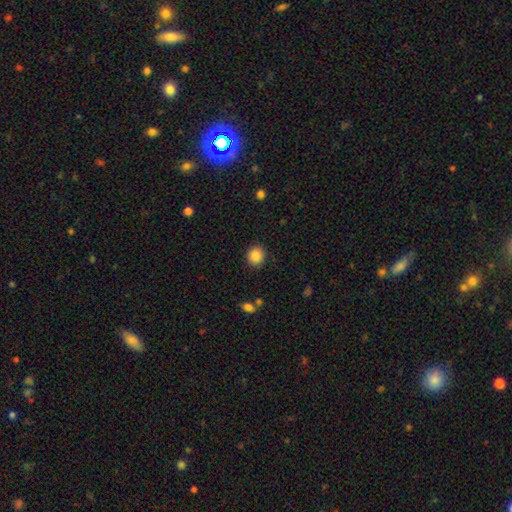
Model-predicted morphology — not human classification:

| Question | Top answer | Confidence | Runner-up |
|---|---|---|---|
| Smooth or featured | smooth | 87% | star or artifact (9%) |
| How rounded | round | 84% | in between (15%) |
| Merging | none | 90% | minor disturbance (6%) |